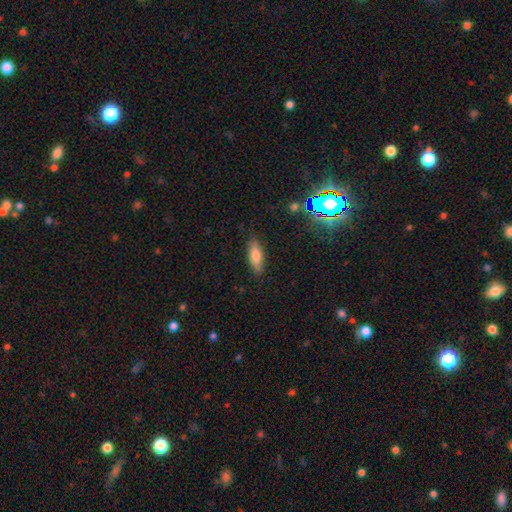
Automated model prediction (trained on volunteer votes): Smooth or featured? Predicted: smooth (p=0.76). How rounded? Predicted: in between (p=0.60). Merging? Predicted: none (p=0.85).